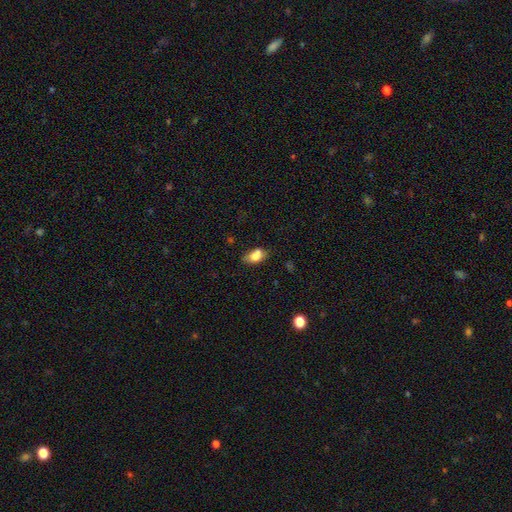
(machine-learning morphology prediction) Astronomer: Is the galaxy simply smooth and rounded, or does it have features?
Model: smooth — 78%.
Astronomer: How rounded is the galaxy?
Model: in between — 88%.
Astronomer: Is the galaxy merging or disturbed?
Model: none — 58%.